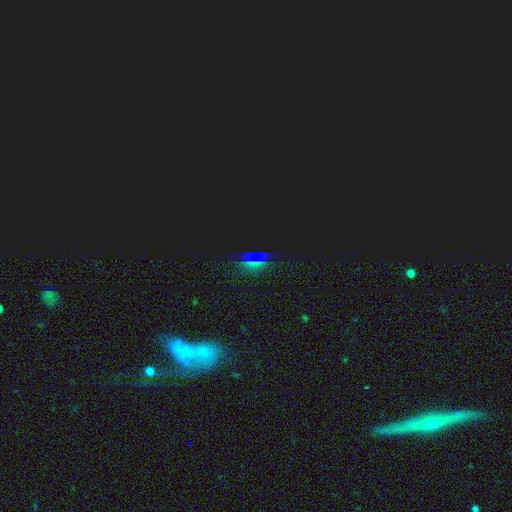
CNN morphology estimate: This is likely a star or artifact rather than a galaxy (68%).